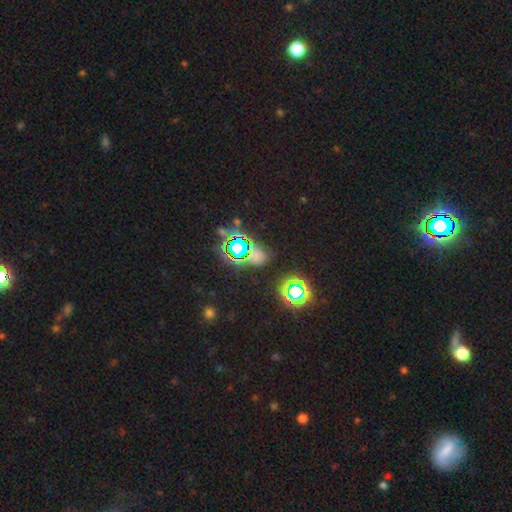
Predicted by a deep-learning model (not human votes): Q: Smooth or featured?
A: star or artifact (63%); runner-up: smooth (27%)